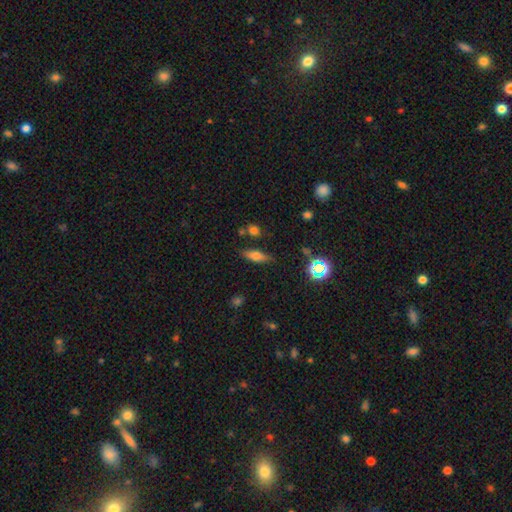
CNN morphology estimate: This is likely a smooth galaxy (66%). How rounded: possibly in between (58%). Merging: likely none (77%).